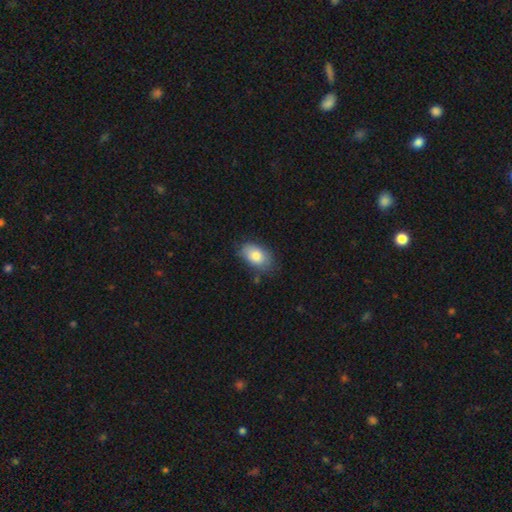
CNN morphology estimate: smooth_or_featured: smooth (p=0.80) [alt: featured or disk p=0.13]
how_rounded: in between (p=0.90) [alt: round p=0.09]
merging: none (p=0.74) [alt: minor disturbance p=0.19]